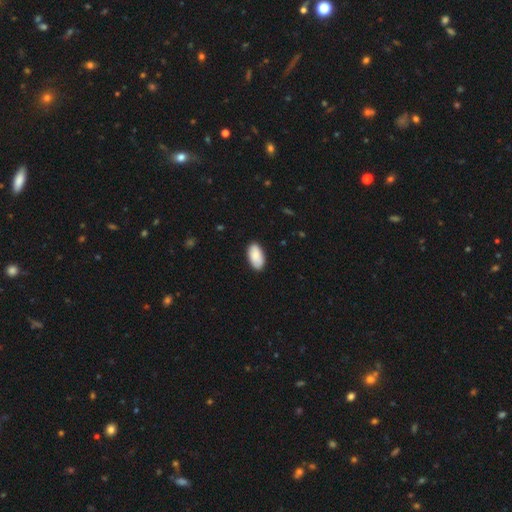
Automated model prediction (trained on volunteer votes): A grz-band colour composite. It shows a smooth galaxy with no disk features (87%) that is in between round and cigar-shaped (96%). Merging: none (86%).